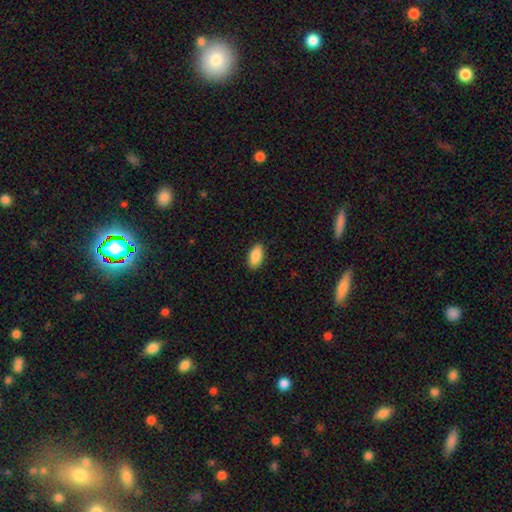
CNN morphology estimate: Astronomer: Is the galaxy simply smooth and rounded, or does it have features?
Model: smooth — 89%.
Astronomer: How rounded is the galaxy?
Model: in between — 91%.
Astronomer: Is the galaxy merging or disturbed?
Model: none — 89%.